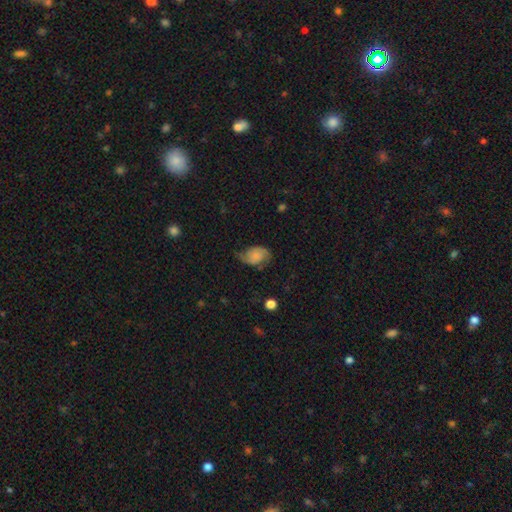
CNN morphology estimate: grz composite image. It shows a featured or disk galaxy (46%). Merging: none (52%).